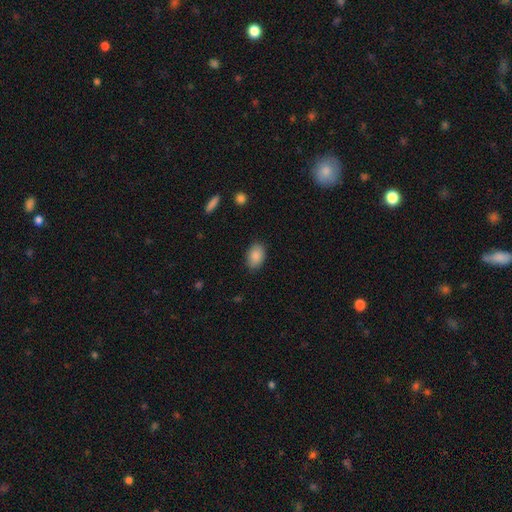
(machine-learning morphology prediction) Smooth or featured: smooth — 88% (star or artifact — 7%)
How rounded: in between — 88% (round — 11%)
Merging: none — 86% (minor disturbance — 10%)